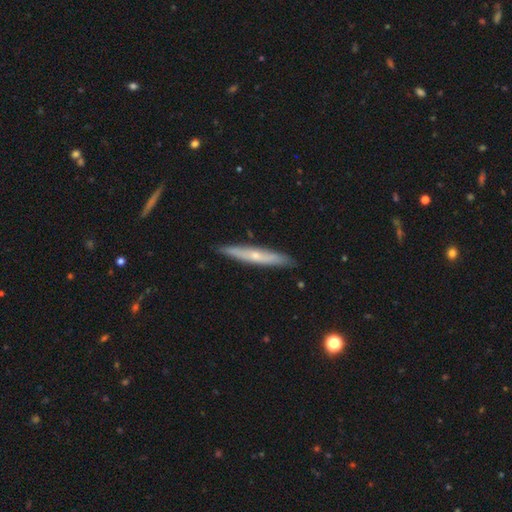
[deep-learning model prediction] Overall: featured or disk (54%; smooth 39%). Edge-on disk: yes (91%). Merging: none (89%).